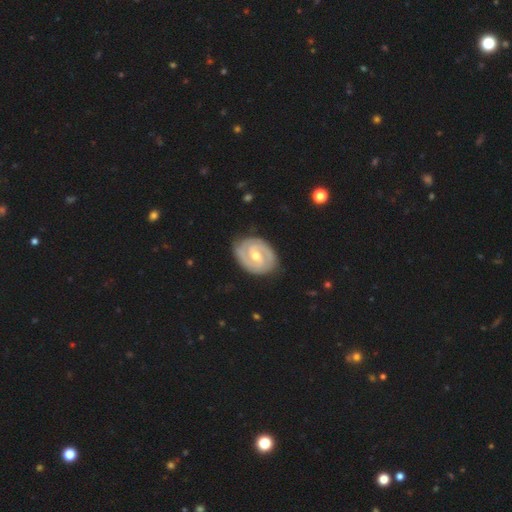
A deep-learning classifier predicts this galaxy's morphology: smooth-or-featured: featured or disk: 87% | smooth: 9% | star or artifact: 4%
  disk-edge-on: no: 97% | yes: 3%
    bar: weak: 47% | no: 29% | strong: 23%
    has-spiral-arms: yes: 94% | no: 6%
      spiral-winding: tight: 67% | medium: 27% | loose: 6%
      spiral-arm-count: 2: 80% | can't tell: 9% | 3: 6% | 1: 2% | 4: 2% | more than 4: 2%
    bulge-size: moderate: 62% | small: 35% | large: 2% | none: 1% | dominant: 1%
  merging: none: 82% | minor disturbance: 13% | major disturbance: 3% | merger: 1%